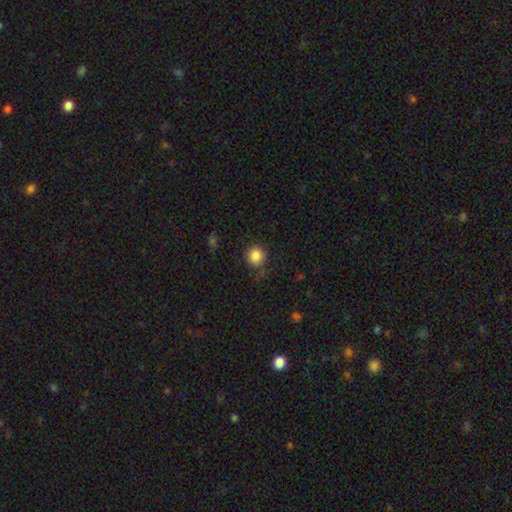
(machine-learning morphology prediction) Smooth or featured?
  - smooth: 86% *
  - star or artifact: 10%
  - featured or disk: 4%
How rounded?
  - round: 92% *
  - in between: 7%
  - cigar-shaped: 1%
Merging?
  - none: 83% *
  - minor disturbance: 12%
  - major disturbance: 3%
  - merger: 2%